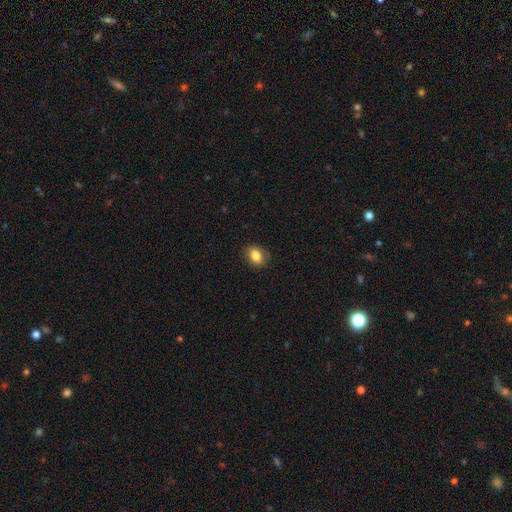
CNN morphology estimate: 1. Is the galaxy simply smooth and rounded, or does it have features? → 83% smooth, 9% star or artifact, 8% featured or disk.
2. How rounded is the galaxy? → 67% in between, 31% round, 1% cigar-shaped.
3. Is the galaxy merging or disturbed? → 85% none, 11% minor disturbance, 3% major disturbance, 1% merger.